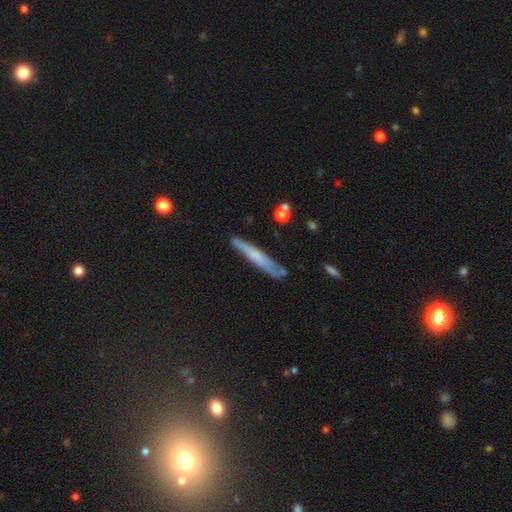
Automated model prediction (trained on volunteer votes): smooth 54%, featured or disk 38%, star or artifact 8%. Down the decision tree: how rounded — cigar-shaped (94%); merging — none (77%).